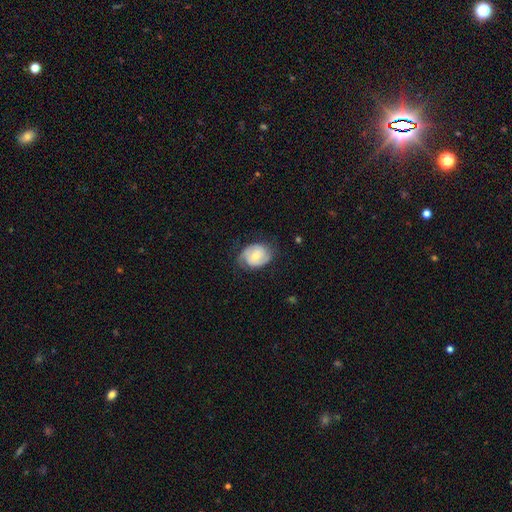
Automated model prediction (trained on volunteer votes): Overall: featured or disk (58%; smooth 35%). Edge-on disk: no (96%). Bar: no (68%). Spiral arms: yes (83%). Bulge size: small (48%; moderate 46%). Merging: none (64%; minor disturbance 25%).